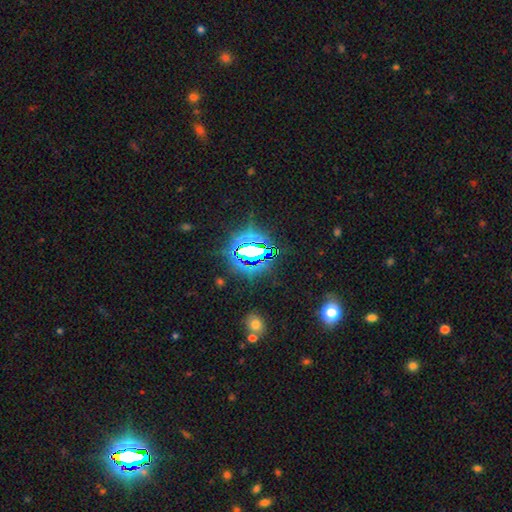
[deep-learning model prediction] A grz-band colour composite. It shows a star or artifact, not a galaxy (78%).